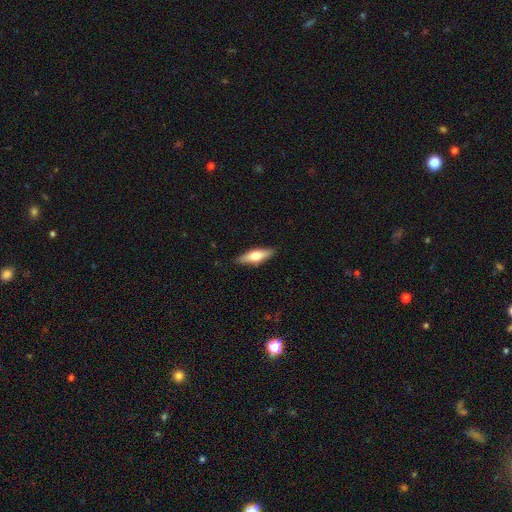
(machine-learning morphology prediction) smooth_or_featured: smooth (p=0.56) [alt: featured or disk p=0.38]
how_rounded: cigar-shaped (p=0.54) [alt: in between p=0.44]
merging: none (p=0.88) [alt: minor disturbance p=0.09]